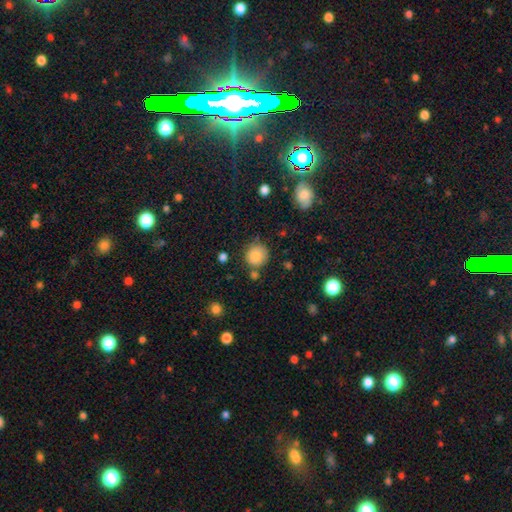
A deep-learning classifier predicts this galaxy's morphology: Overall: smooth (86%). How rounded: round (90%). Merging: none (74%).